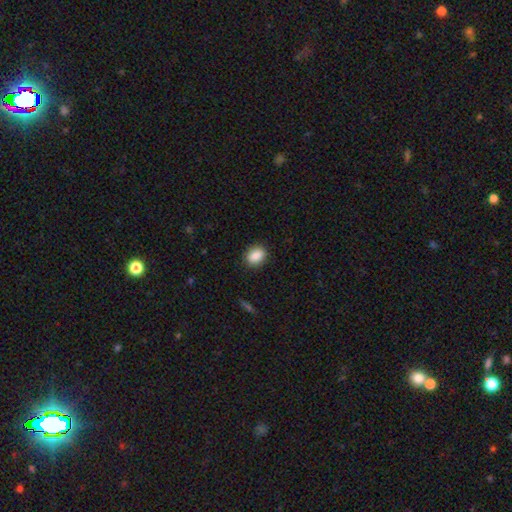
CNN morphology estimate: Smooth or featured?
  - smooth: 89% *
  - star or artifact: 8%
  - featured or disk: 3%
How rounded?
  - in between: 68% *
  - round: 30%
  - cigar-shaped: 1%
Merging?
  - none: 88% *
  - minor disturbance: 9%
  - major disturbance: 2%
  - merger: 1%